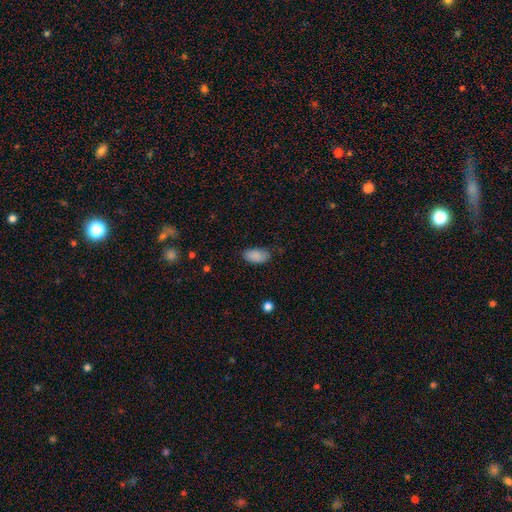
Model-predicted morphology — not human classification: A smooth galaxy with no disk features (88%) that is in between round and cigar-shaped (94%). Merging: none (78%).